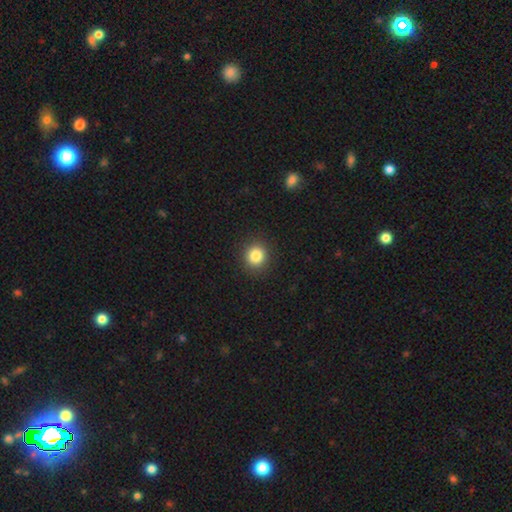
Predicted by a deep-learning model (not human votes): A smooth galaxy with no disk features (84%) that is round (88%). Merging: none (91%).